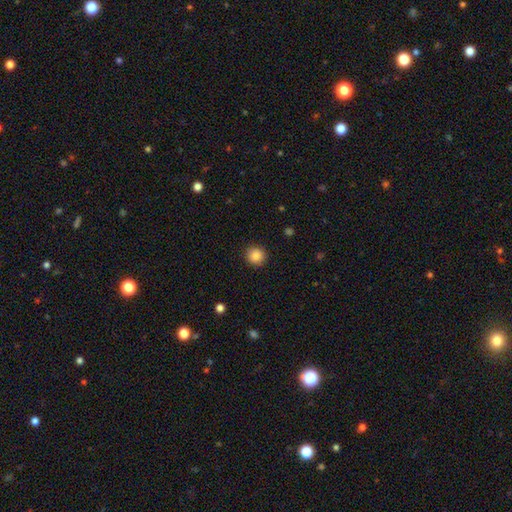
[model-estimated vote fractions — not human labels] Smooth or featured? Predicted: smooth (p=0.87). How rounded? Predicted: round (p=0.93). Merging? Predicted: none (p=0.91).